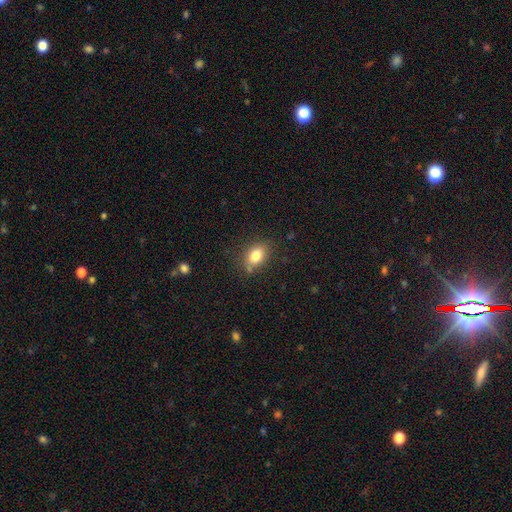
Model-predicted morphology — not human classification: A smooth galaxy with no disk features (81%) that is in between round and cigar-shaped (76%). Merging: none (77%).